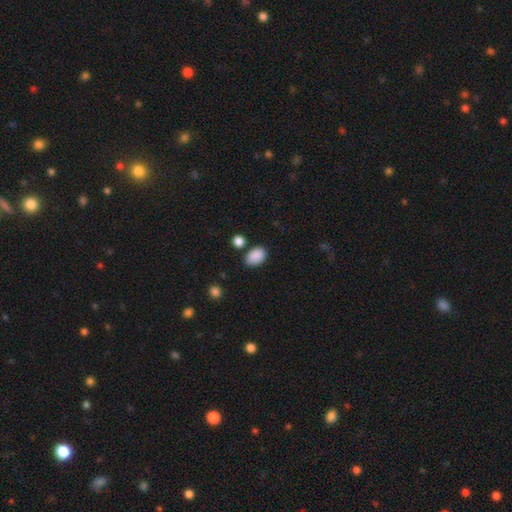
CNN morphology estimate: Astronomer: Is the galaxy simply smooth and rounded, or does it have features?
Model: smooth — 88%.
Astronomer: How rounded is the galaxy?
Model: in between — 84%.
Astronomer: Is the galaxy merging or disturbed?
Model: none — 75%.